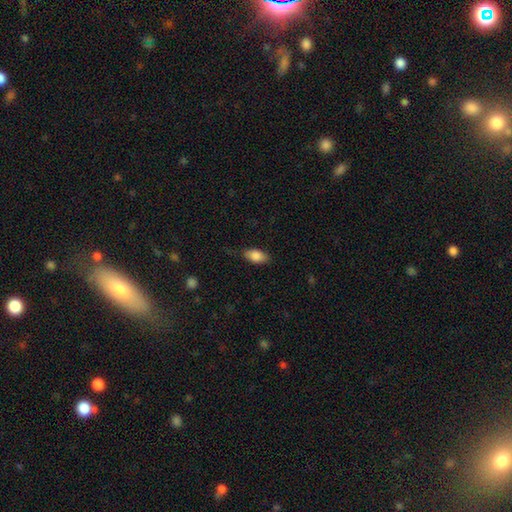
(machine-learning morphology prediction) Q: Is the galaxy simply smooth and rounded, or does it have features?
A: smooth — 85%.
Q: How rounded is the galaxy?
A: in between — 91%.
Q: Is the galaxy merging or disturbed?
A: none — 77%.